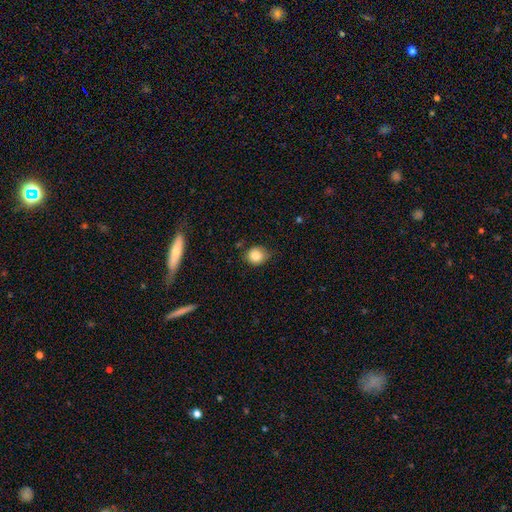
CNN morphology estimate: smooth_or_featured: smooth (p=0.83) [alt: star or artifact p=0.10]
how_rounded: round (p=0.77) [alt: in between p=0.22]
merging: none (p=0.74) [alt: minor disturbance p=0.20]